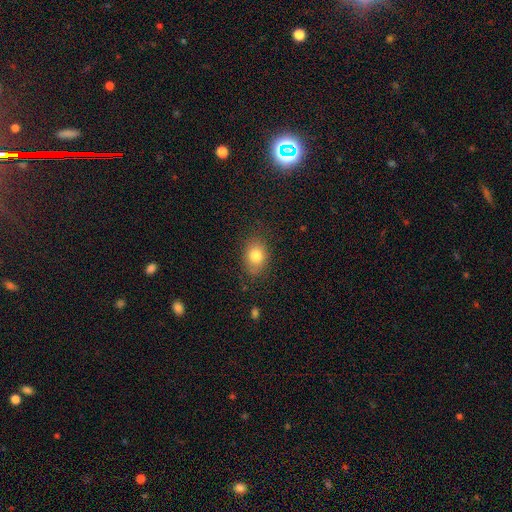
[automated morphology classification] The model was most divided on "how rounded": in between: 68%, round: 30%, cigar-shaped: 1%. More confident: smooth or featured — smooth (81%); merging — none (80%).